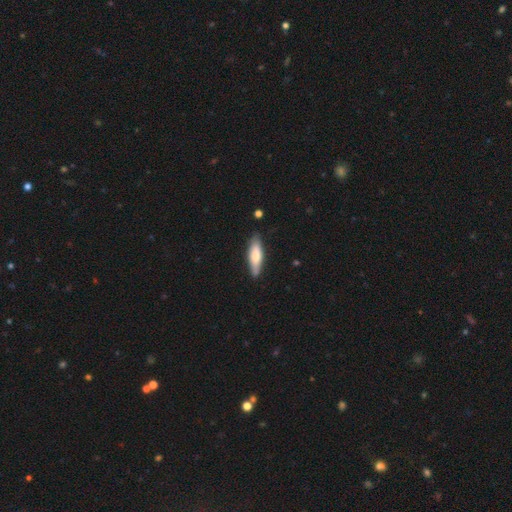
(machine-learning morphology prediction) Smooth or featured? smooth (68%)
How rounded? cigar-shaped (59%)
Merging? none (80%)